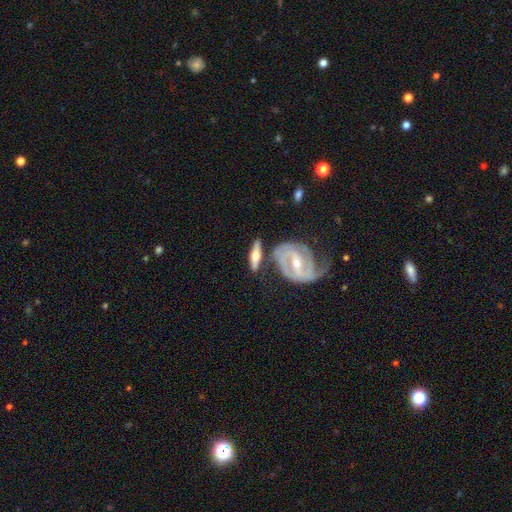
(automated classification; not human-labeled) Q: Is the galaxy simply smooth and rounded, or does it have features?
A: featured or disk — 68%.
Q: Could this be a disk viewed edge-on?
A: no — 52%.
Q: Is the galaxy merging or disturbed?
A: none — 61%.